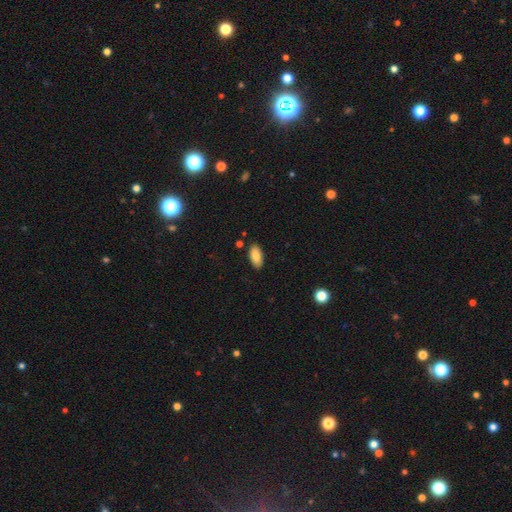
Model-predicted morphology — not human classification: A smooth galaxy with no disk features (86%) that is in between round and cigar-shaped (92%).

Vote fractions:
- Smooth or featured? smooth: 86% / featured or disk: 7% / star or artifact: 7%
- How rounded? in between: 92% / cigar-shaped: 6% / round: 2%
- Merging? none: 86% / minor disturbance: 10% / merger: 2% / major disturbance: 2%